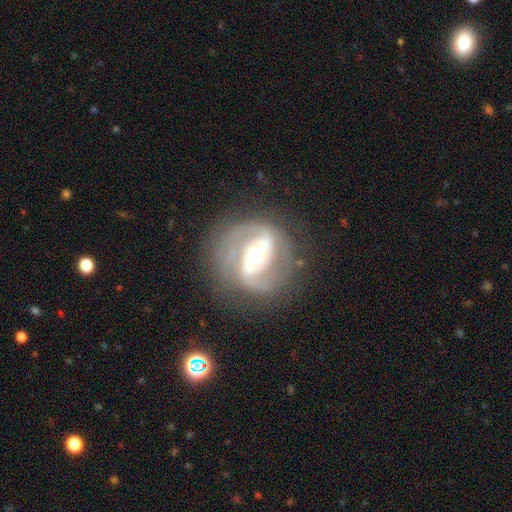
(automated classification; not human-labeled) featured or disk 86%, smooth 9%, star or artifact 6%. Down the decision tree: edge-on disk — no (98%); bar — weak (38%); spiral arms — yes (93%); spiral arm count — 2 (86%); spiral winding — medium (49%); bulge size — moderate (61%); merging — none (75%).